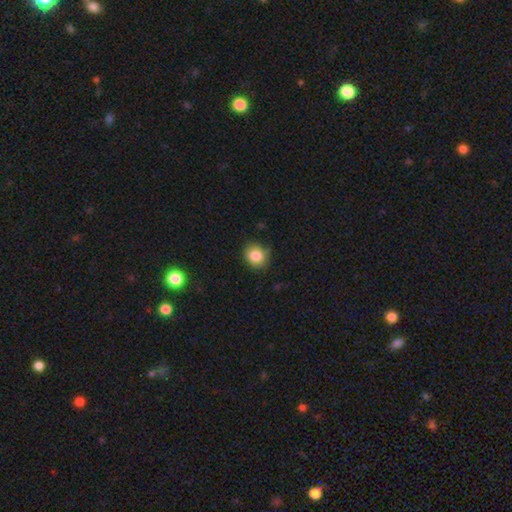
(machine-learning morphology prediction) smooth 84%, star or artifact 10%, featured or disk 6%. Down the decision tree: how rounded — round (77%); merging — none (80%).